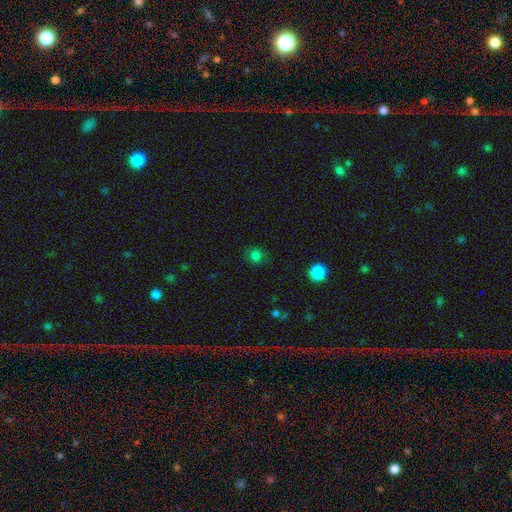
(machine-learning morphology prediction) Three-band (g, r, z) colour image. It shows a smooth galaxy with no disk features (77%) that is round (83%). Merging: none (83%).